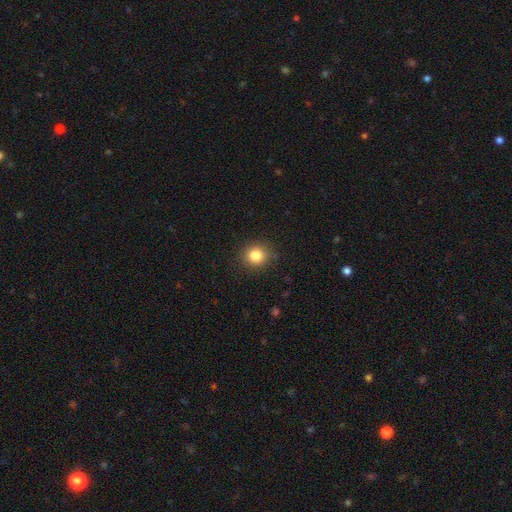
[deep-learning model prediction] Morphology: type=smooth (83%); roundness=round (88%); merging=none (89%).